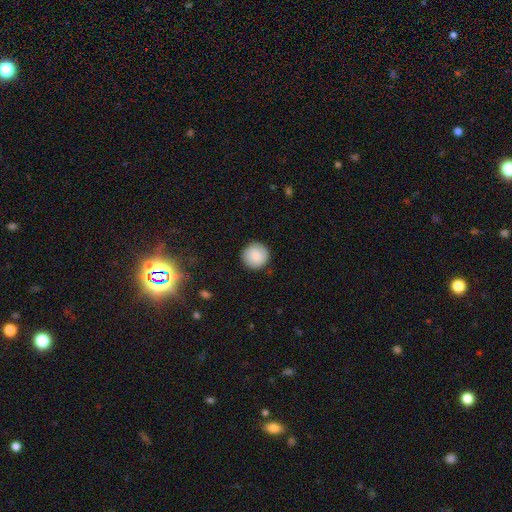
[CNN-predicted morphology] smooth 85%, featured or disk 8%, star or artifact 7%. Down the decision tree: how rounded — round (95%); merging — none (90%).